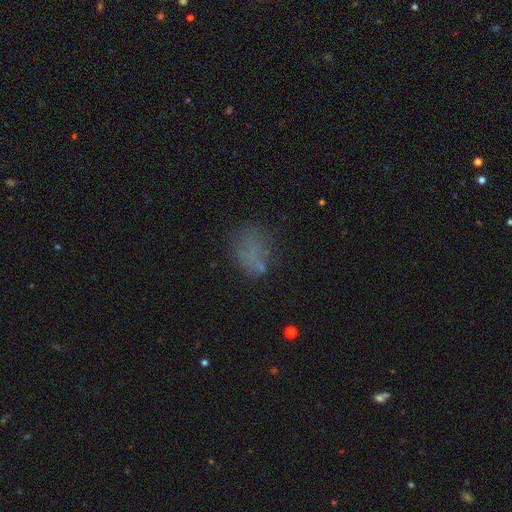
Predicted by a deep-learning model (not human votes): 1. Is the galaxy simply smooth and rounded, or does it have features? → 58% smooth, 21% star or artifact, 21% featured or disk.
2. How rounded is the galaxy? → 63% in between, 34% round, 3% cigar-shaped.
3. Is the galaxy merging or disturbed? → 57% none, 20% minor disturbance, 17% major disturbance, 6% merger.